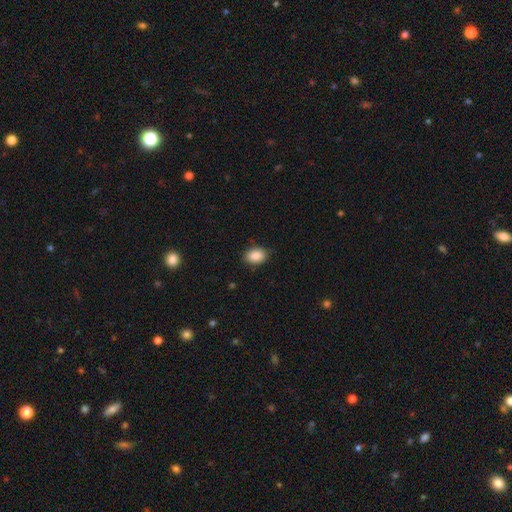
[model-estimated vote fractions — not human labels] A smooth galaxy with no disk features (88%) that is in between round and cigar-shaped (76%).

Vote fractions:
- Smooth or featured? smooth: 88% / star or artifact: 8% / featured or disk: 4%
- How rounded? in between: 76% / round: 23% / cigar-shaped: 1%
- Merging? none: 82% / minor disturbance: 15% / major disturbance: 3% / merger: 1%